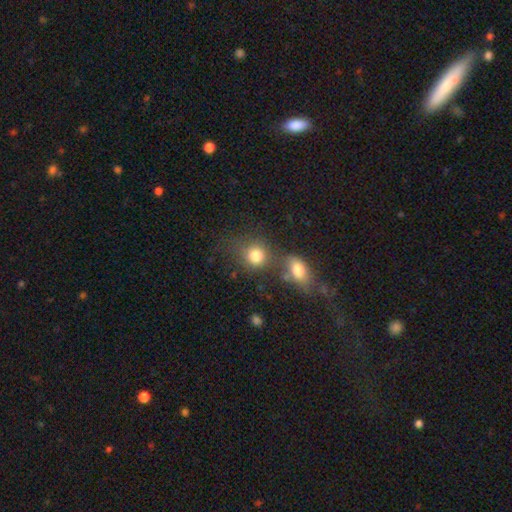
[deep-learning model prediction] Smooth or featured: smooth — 81% (star or artifact — 11%)
How rounded: round — 77% (in between — 22%)
Merging: none — 49% (merger — 35%)